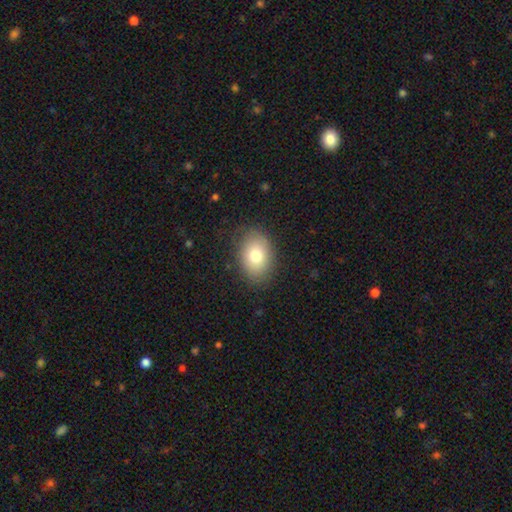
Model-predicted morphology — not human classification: This appears to be a smooth galaxy with no disk features (79%) that is in between round and cigar-shaped (80%). Merging: none (83%).